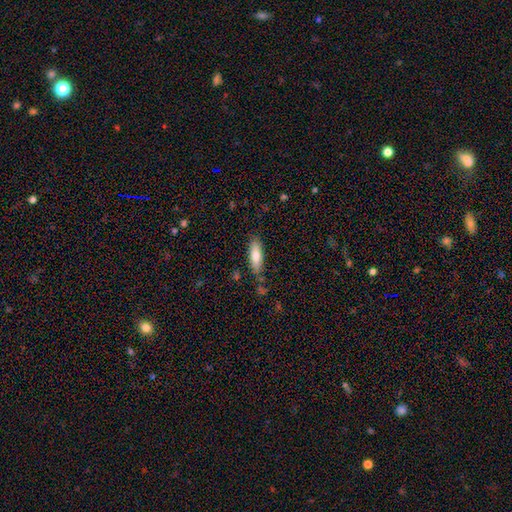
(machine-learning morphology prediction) Smooth or featured? Predicted: smooth (p=0.78). How rounded? Predicted: in between (p=0.56). Merging? Predicted: none (p=0.79).